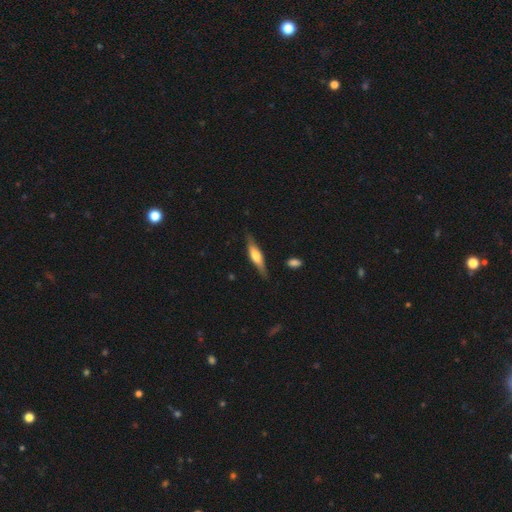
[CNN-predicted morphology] This appears to be a featured or disk galaxy (56%) viewed edge-on (93%) with a rounded central bulge (76%). Merging: none (82%).